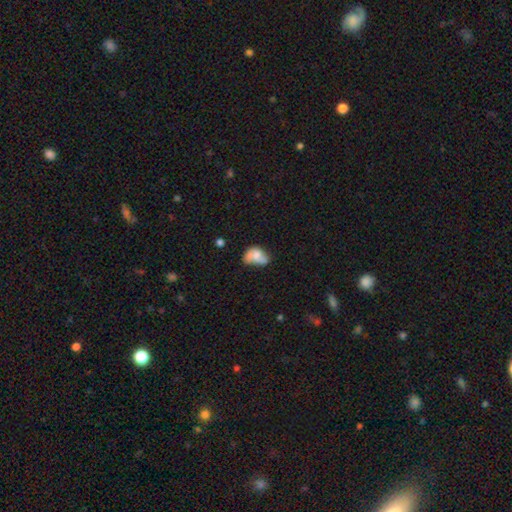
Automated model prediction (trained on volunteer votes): Smooth or featured? Predicted: smooth (p=0.58). How rounded? Predicted: in between (p=0.75). Merging? Predicted: minor disturbance (p=0.27, tied with none).